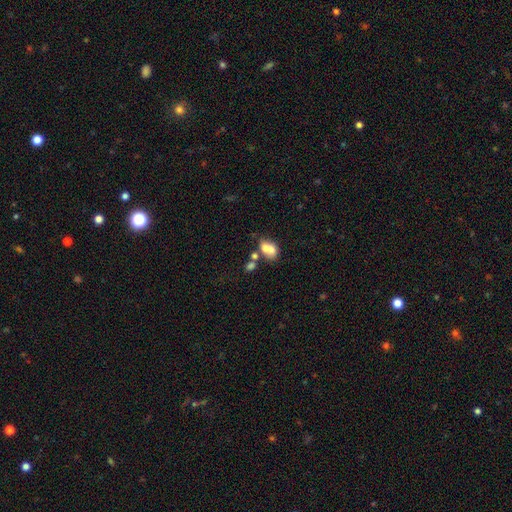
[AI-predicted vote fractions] Q: Smooth or featured?
A: smooth (60%); runner-up: featured or disk (20%)
Q: How rounded?
A: in between (75%); runner-up: round (21%)
Q: Merging?
A: none (41%); runner-up: merger (36%)